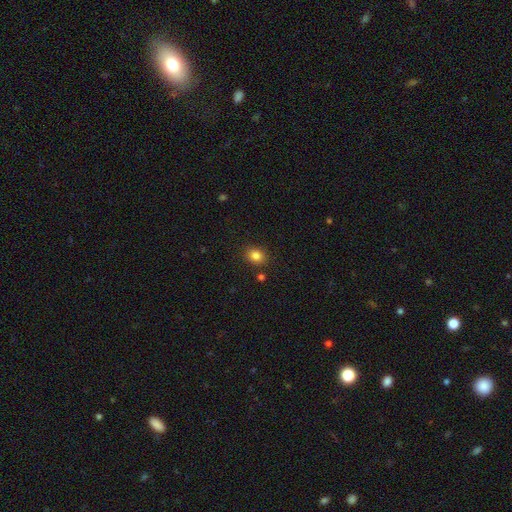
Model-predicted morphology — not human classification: Overall: smooth (83%). How rounded: round (55%; in between 44%). Merging: none (86%).